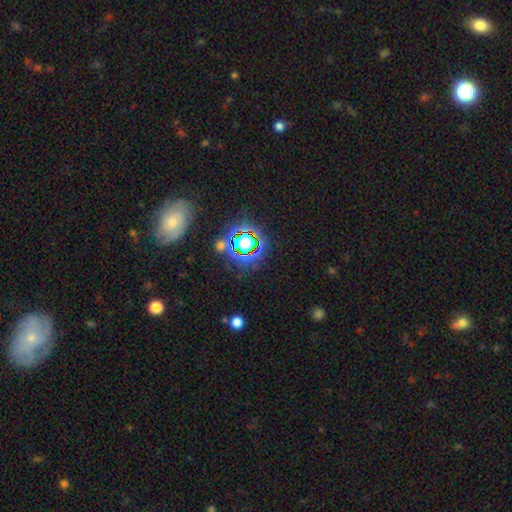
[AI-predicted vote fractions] Smooth or featured? star or artifact (59%)